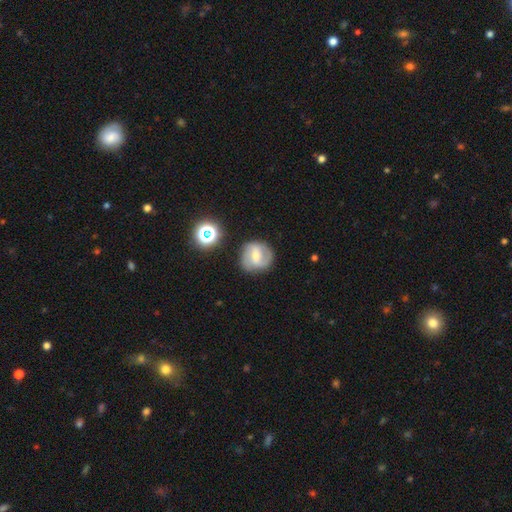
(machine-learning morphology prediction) Smooth or featured?
  - featured or disk: 70% *
  - smooth: 22%
  - star or artifact: 8%
Edge-on disk?
  - no: 97% *
  - yes: 3%
Bar?
  - weak: 50% *
  - strong: 30%
  - no: 20%
Spiral arms?
  - yes: 90% *
  - no: 10%
Spiral winding?
  - medium: 48% *
  - tight: 29%
  - loose: 23%
Spiral arm count?
  - 2: 77% *
  - can't tell: 10%
  - 3: 7%
  - 1: 3%
  - 4: 2%
  - more than 4: 1%
Bulge size?
  - small: 48% *
  - moderate: 46%
  - none: 3%
  - large: 3%
  - dominant: 1%
Merging?
  - none: 78% *
  - minor disturbance: 14%
  - major disturbance: 5%
  - merger: 3%